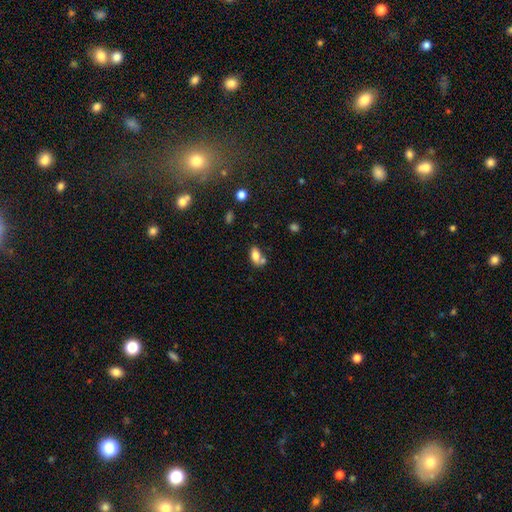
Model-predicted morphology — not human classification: smooth-or-featured: smooth: 78% | featured or disk: 13% | star or artifact: 9%
  how-rounded: in between: 88% | round: 9% | cigar-shaped: 3%
  merging: none: 42% | merger: 37% | minor disturbance: 15% | major disturbance: 6%